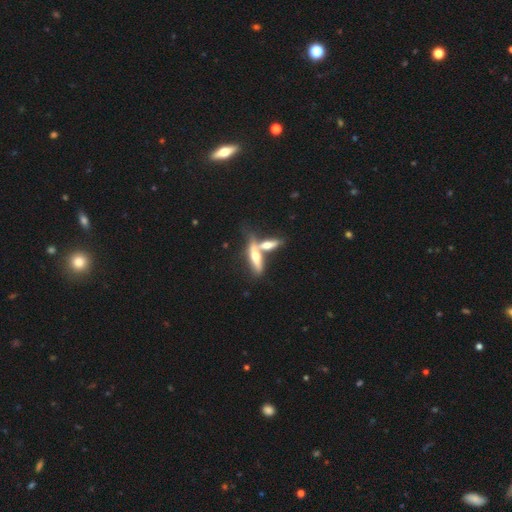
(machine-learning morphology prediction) type=featured or disk (53%); edge-on=yes (81%); merging=merger (54%).